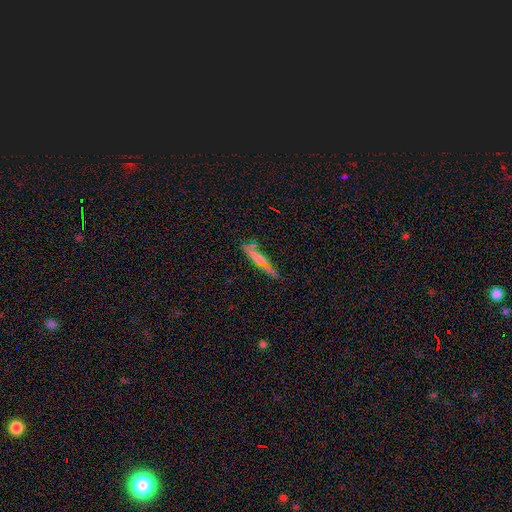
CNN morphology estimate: Smooth or featured? featured or disk (57%)
Edge-on disk? yes (89%)
Edge-on bulge? rounded (61%)
Merging? none (76%)